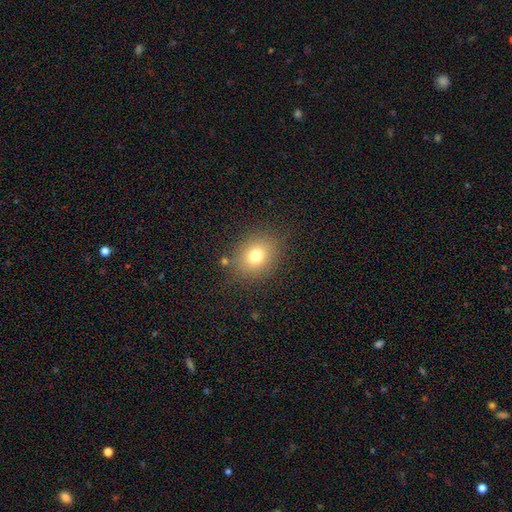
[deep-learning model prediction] Overall: smooth (75%). How rounded: round (51%; in between 48%). Merging: none (82%).